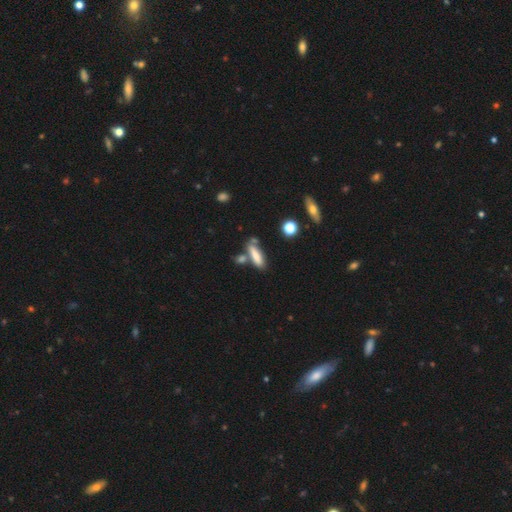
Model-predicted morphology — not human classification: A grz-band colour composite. It shows a smooth galaxy with no disk features (73%) that is cigar-shaped (62%). Merging: none (55%).